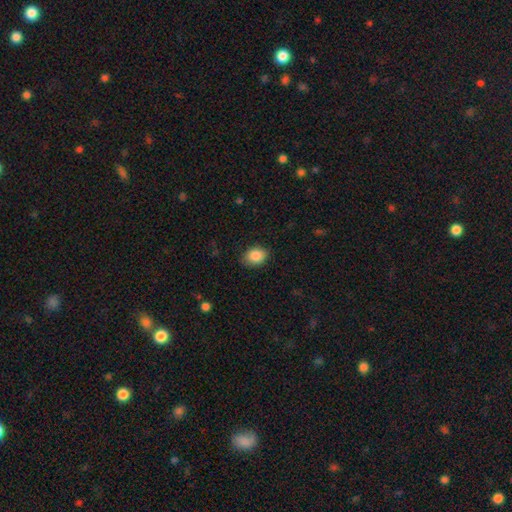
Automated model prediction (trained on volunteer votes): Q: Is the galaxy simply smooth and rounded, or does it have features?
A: smooth — 87%.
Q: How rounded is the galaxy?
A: in between — 62%.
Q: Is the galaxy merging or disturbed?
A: none — 84%.